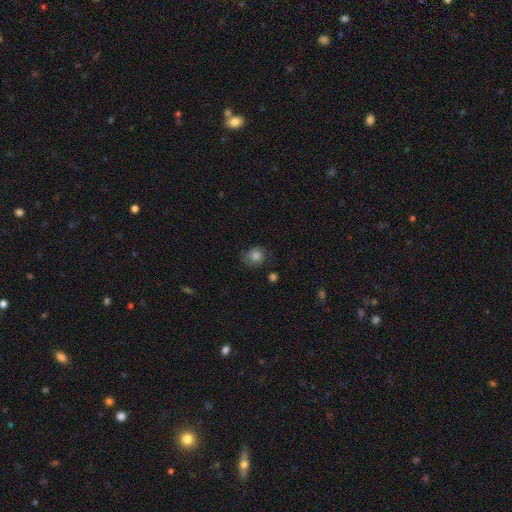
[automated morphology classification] Smooth or featured: smooth — 66% (featured or disk — 24%)
How rounded: round — 68% (in between — 31%)
Merging: none — 66% (minor disturbance — 23%)